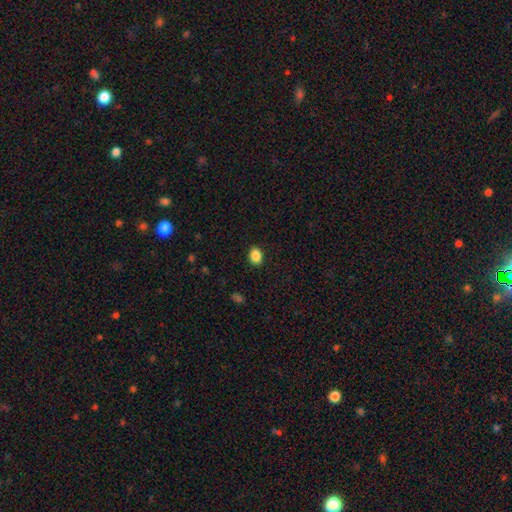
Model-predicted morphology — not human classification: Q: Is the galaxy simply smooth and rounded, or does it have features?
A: smooth — 88%.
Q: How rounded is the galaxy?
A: in between — 65%.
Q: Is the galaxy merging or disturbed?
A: none — 89%.